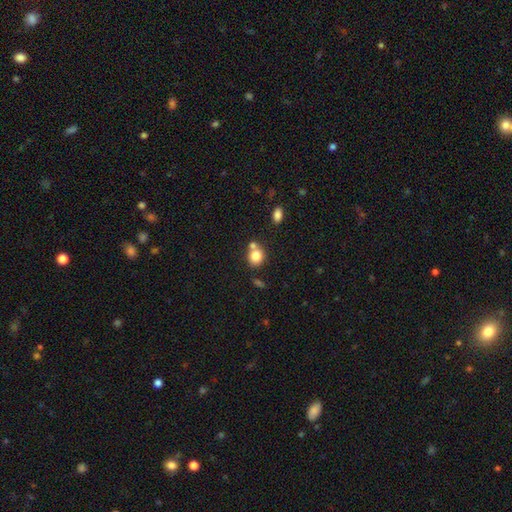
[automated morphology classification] Q: Smooth or featured?
A: smooth (81%); runner-up: star or artifact (10%)
Q: How rounded?
A: round (70%); runner-up: in between (29%)
Q: Merging?
A: none (54%); runner-up: merger (32%)